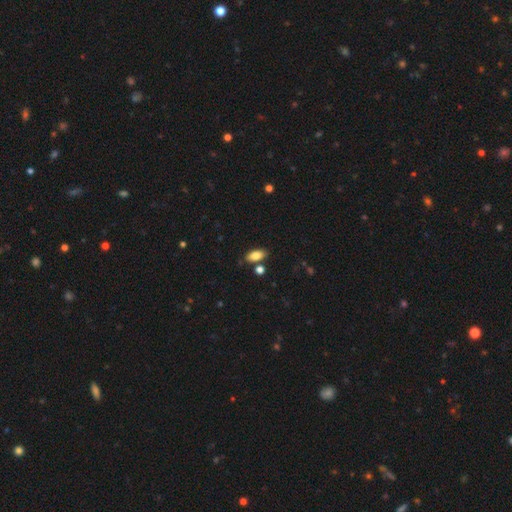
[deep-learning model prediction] A smooth galaxy with no disk features (83%) that is in between round and cigar-shaped (91%).

Vote fractions:
- Smooth or featured? smooth: 83% / featured or disk: 9% / star or artifact: 8%
- How rounded? in between: 91% / cigar-shaped: 5% / round: 4%
- Merging? none: 80% / minor disturbance: 10% / merger: 7% / major disturbance: 3%